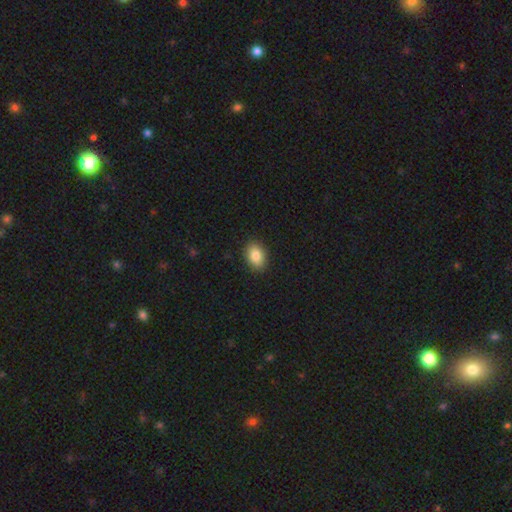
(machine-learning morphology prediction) Smooth or featured: smooth — 86% (star or artifact — 8%)
How rounded: in between — 81% (round — 18%)
Merging: none — 89% (minor disturbance — 8%)